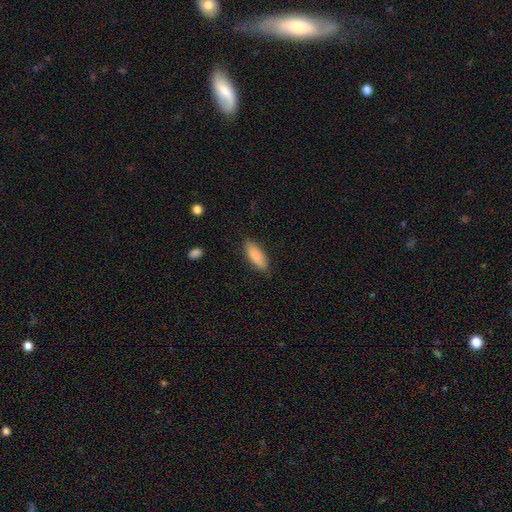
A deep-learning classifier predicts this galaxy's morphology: type=smooth (85%); roundness=in between (66%); merging=none (84%).